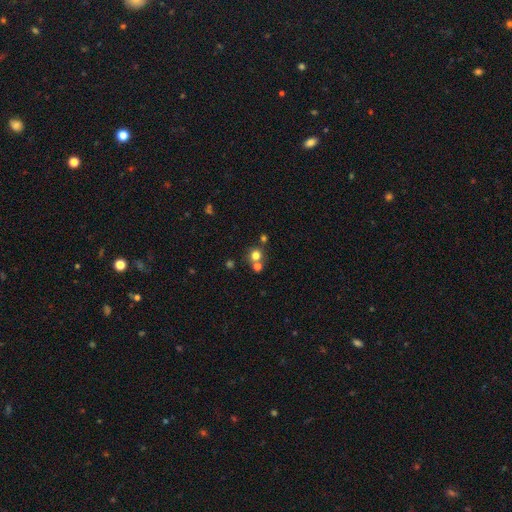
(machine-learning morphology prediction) Smooth or featured?
  - smooth: 73% *
  - star or artifact: 17%
  - featured or disk: 10%
How rounded?
  - round: 89% *
  - in between: 10%
  - cigar-shaped: 1%
Merging?
  - none: 60% *
  - merger: 30%
  - minor disturbance: 7%
  - major disturbance: 3%